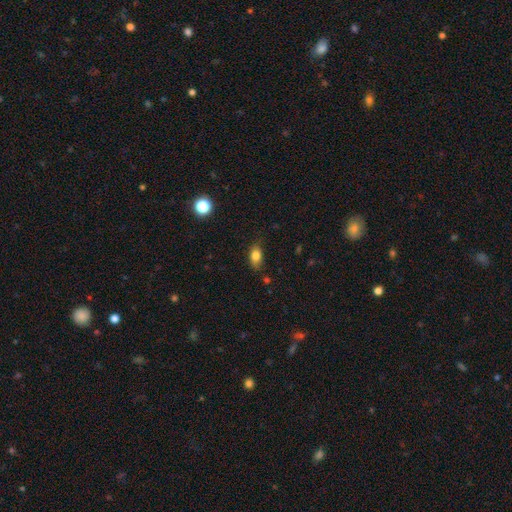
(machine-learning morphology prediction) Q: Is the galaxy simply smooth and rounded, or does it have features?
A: smooth — 81%.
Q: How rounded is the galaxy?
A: in between — 83%.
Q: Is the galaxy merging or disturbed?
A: none — 75%.